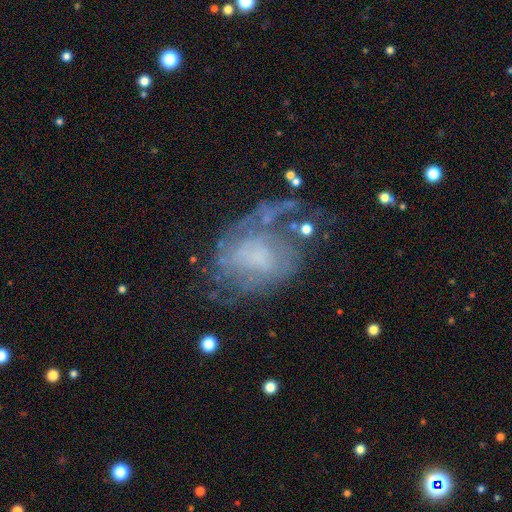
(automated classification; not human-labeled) Morphology: type=featured or disk (69%); edge-on=no (97%); bar=no (73%); spiral arms=yes (69%); bulge=none (48%); merging=none (42%).